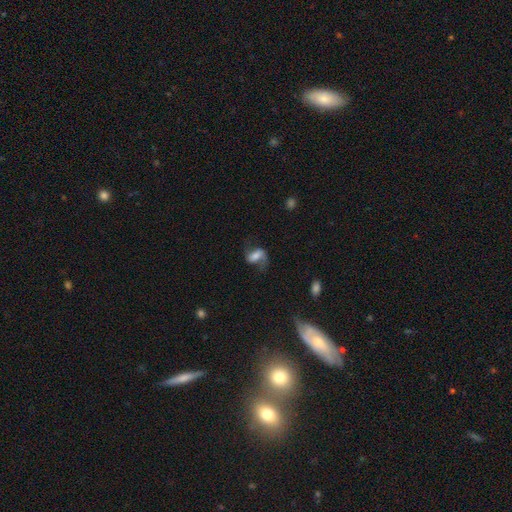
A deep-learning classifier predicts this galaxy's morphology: This appears to be a featured or disk galaxy (57%) with a weak bar (39%), spiral arms (90%) and a moderate central bulge (35%). Merging: none (55%).